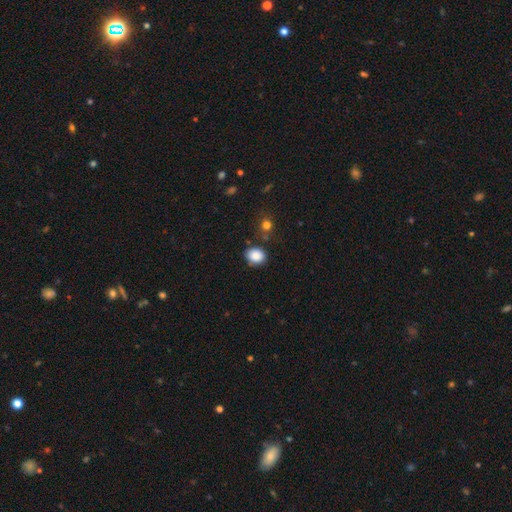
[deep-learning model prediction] Smooth or featured?
  - smooth: 87% *
  - star or artifact: 9%
  - featured or disk: 4%
How rounded?
  - round: 50% *
  - in between: 49%
  - cigar-shaped: 1%
Merging?
  - none: 77% *
  - minor disturbance: 15%
  - merger: 4%
  - major disturbance: 3%